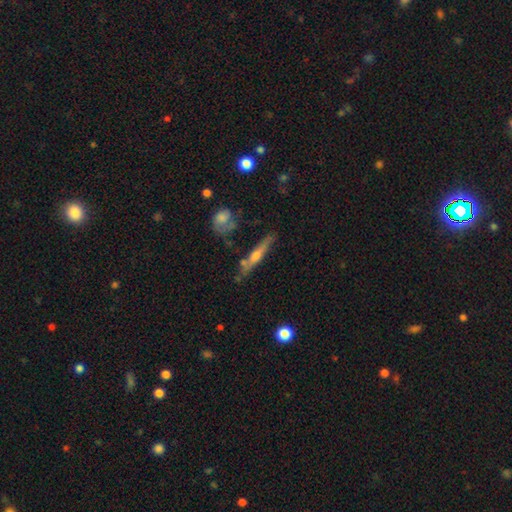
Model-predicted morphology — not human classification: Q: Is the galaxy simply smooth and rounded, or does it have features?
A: featured or disk — 57%.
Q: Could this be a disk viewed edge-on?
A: yes — 92%.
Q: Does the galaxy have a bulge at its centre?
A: rounded — 78%.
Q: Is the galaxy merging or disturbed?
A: none — 74%.